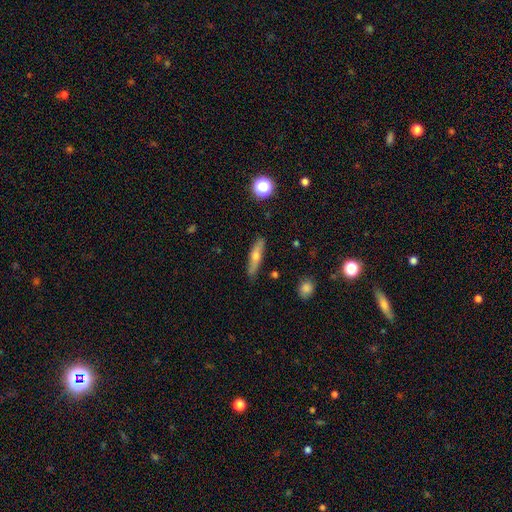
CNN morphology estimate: smooth 50%, featured or disk 42%, star or artifact 8%. Down the decision tree: how rounded — cigar-shaped (80%); merging — none (86%).